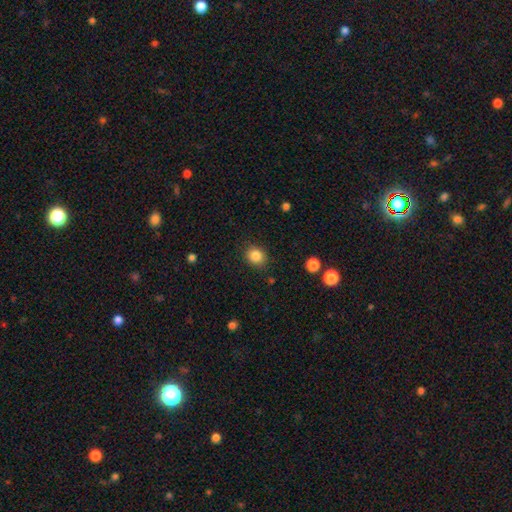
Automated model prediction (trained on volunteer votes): smooth_or_featured: smooth (p=0.85) [alt: star or artifact p=0.10]
how_rounded: round (p=0.67) [alt: in between p=0.32]
merging: none (p=0.87) [alt: minor disturbance p=0.09]